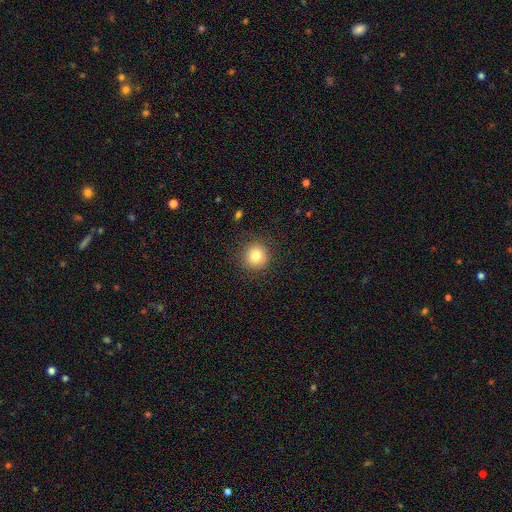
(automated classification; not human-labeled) A smooth galaxy with no disk features (81%) that is round (94%).

Vote fractions:
- Smooth or featured? smooth: 81% / star or artifact: 11% / featured or disk: 8%
- How rounded? round: 94% / in between: 5% / cigar-shaped: 1%
- Merging? none: 89% / minor disturbance: 8% / major disturbance: 3% / merger: 1%